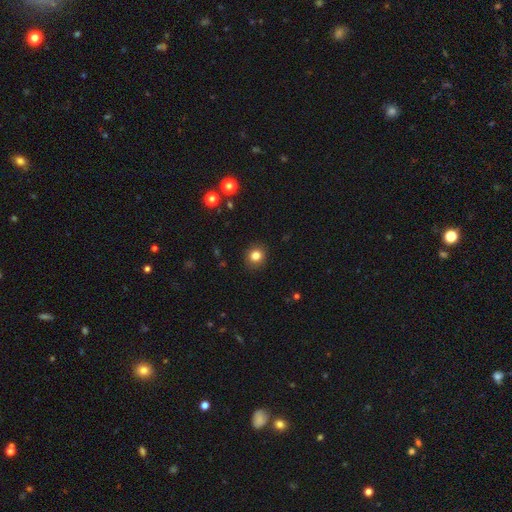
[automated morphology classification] A smooth galaxy with no disk features (83%) that is round (86%).

Vote fractions:
- Smooth or featured? smooth: 83% / star or artifact: 12% / featured or disk: 6%
- How rounded? round: 86% / in between: 13% / cigar-shaped: 1%
- Merging? none: 90% / minor disturbance: 6% / major disturbance: 2% / merger: 1%